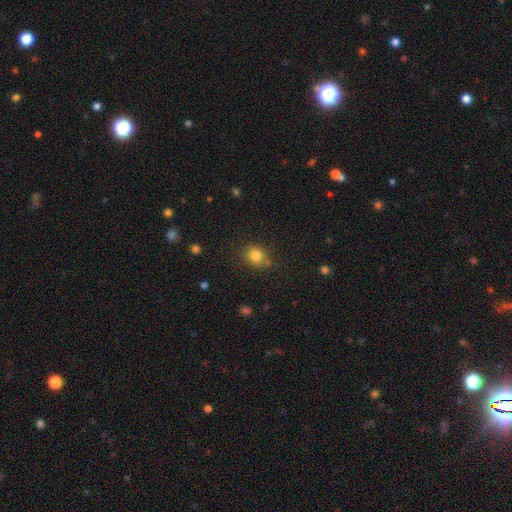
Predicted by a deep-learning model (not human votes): The model was most divided on "how rounded": round: 81%, in between: 18%, cigar-shaped: 1%. More confident: smooth or featured — smooth (81%); merging — none (78%).